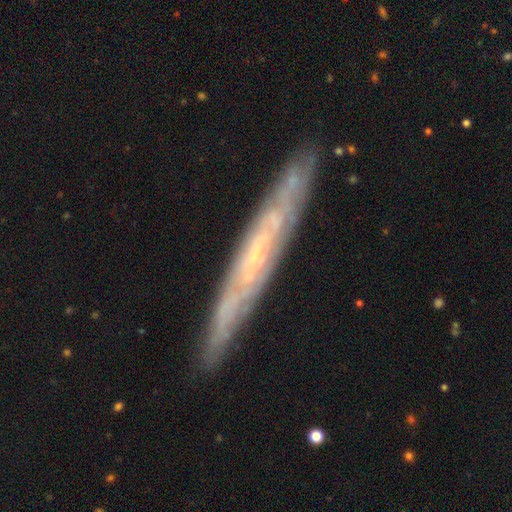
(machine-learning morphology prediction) featured or disk 75%, smooth 18%, star or artifact 7%. Down the decision tree: edge-on disk — yes (77%); edge-on bulge — none (72%); merging — none (86%).